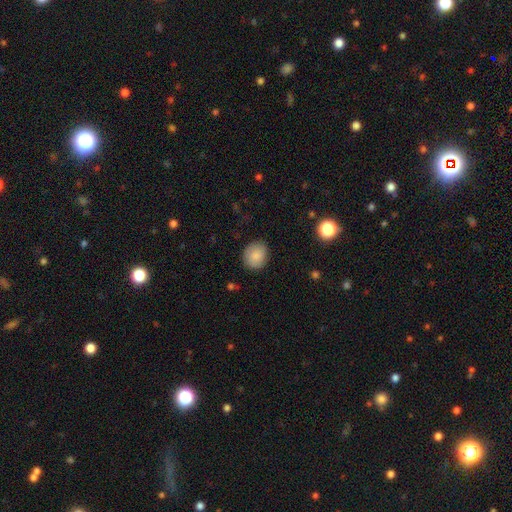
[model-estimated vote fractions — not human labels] smooth-or-featured: smooth: 86% | star or artifact: 8% | featured or disk: 6%
  how-rounded: round: 71% | in between: 28% | cigar-shaped: 1%
  merging: none: 84% | minor disturbance: 12% | major disturbance: 3% | merger: 1%